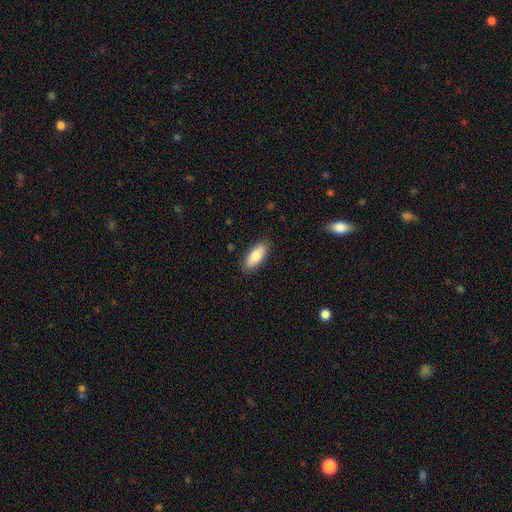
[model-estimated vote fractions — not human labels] Overall: smooth (77%). How rounded: in between (83%). Merging: none (87%).